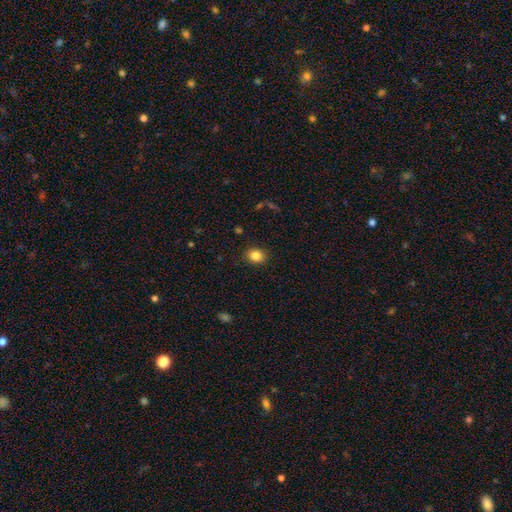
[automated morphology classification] smooth_or_featured: smooth (p=0.85) [alt: star or artifact p=0.10]
how_rounded: round (p=0.62) [alt: in between p=0.37]
merging: none (p=0.89) [alt: minor disturbance p=0.08]